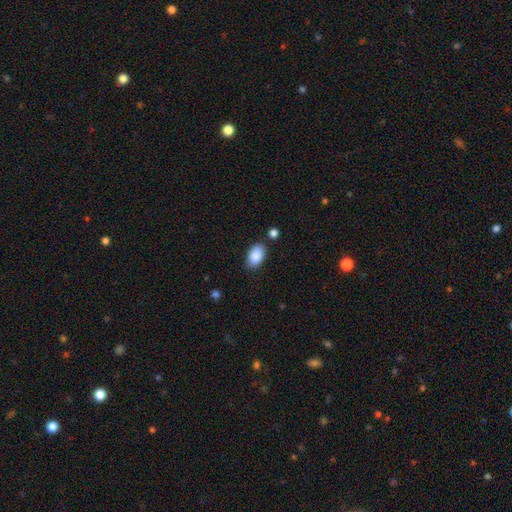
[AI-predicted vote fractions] Smooth or featured? smooth (89%)
How rounded? in between (93%)
Merging? none (82%)